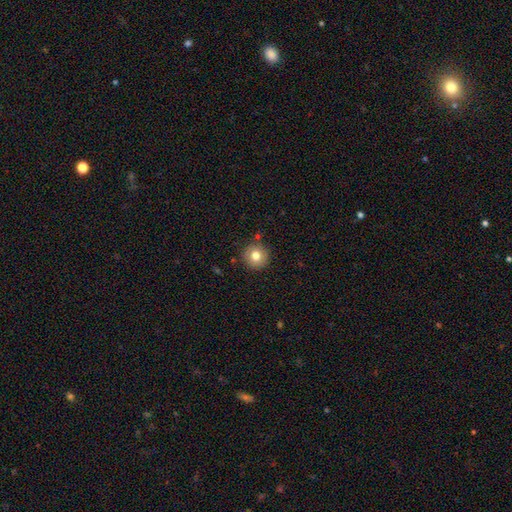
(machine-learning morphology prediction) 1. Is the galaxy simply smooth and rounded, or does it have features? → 79% smooth, 11% featured or disk, 10% star or artifact.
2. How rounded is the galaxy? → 95% round, 4% in between, 1% cigar-shaped.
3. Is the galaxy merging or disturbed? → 88% none, 7% minor disturbance, 2% merger, 2% major disturbance.